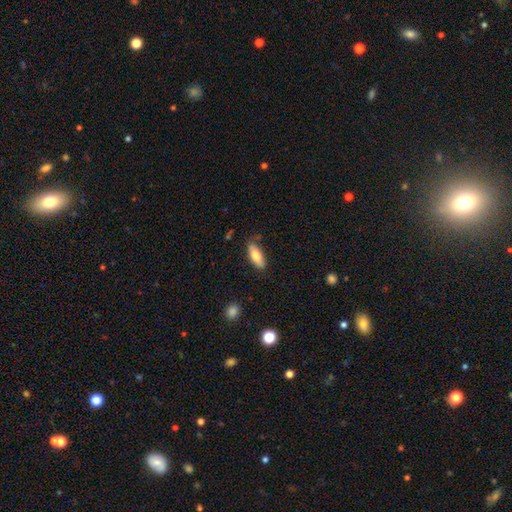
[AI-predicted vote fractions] Overall: smooth (77%). How rounded: in between (76%). Merging: none (76%).